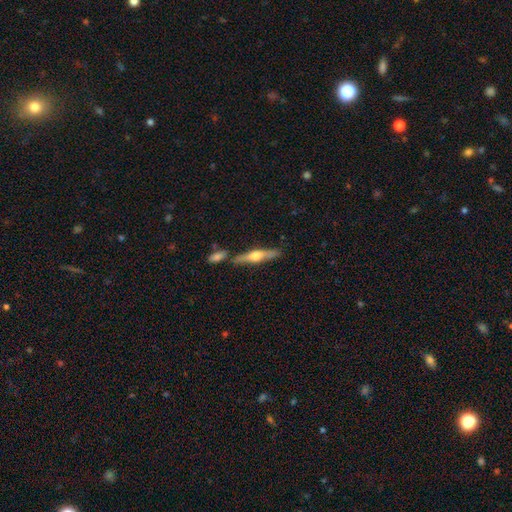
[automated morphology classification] Q: Smooth or featured?
A: featured or disk (64%); runner-up: smooth (30%)
Q: Edge-on disk?
A: yes (96%); runner-up: no (4%)
Q: Edge-on bulge?
A: rounded (93%); runner-up: boxy (4%)
Q: Merging?
A: none (78%); runner-up: minor disturbance (10%)